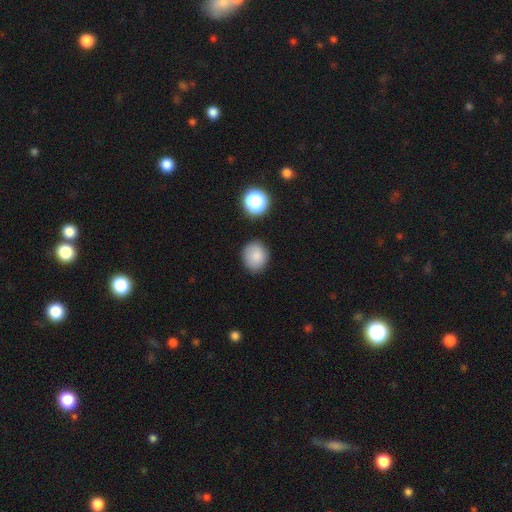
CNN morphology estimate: Smooth or featured? Predicted: smooth (p=0.85). How rounded? Predicted: round (p=0.72). Merging? Predicted: none (p=0.84).